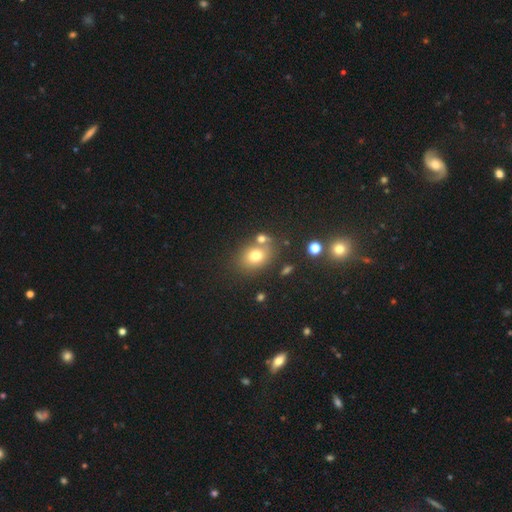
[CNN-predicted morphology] Smooth or featured? Predicted: smooth (p=0.74). How rounded? Predicted: in between (p=0.54). Merging? Predicted: none (p=0.62).